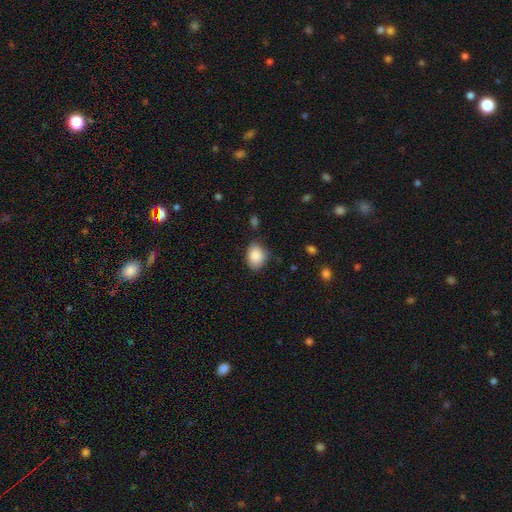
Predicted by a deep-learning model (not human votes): smooth 87%, star or artifact 8%, featured or disk 5%. Down the decision tree: how rounded — in between (61%); merging — none (74%).